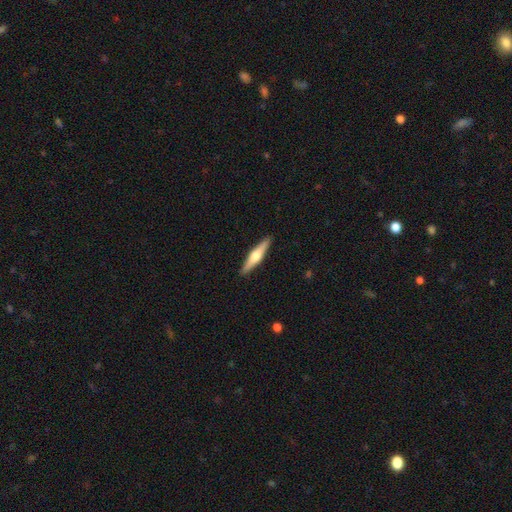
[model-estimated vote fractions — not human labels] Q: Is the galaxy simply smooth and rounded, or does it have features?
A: featured or disk — 58%.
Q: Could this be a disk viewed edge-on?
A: yes — 97%.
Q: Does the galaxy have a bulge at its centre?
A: rounded — 92%.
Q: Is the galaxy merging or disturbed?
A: none — 91%.